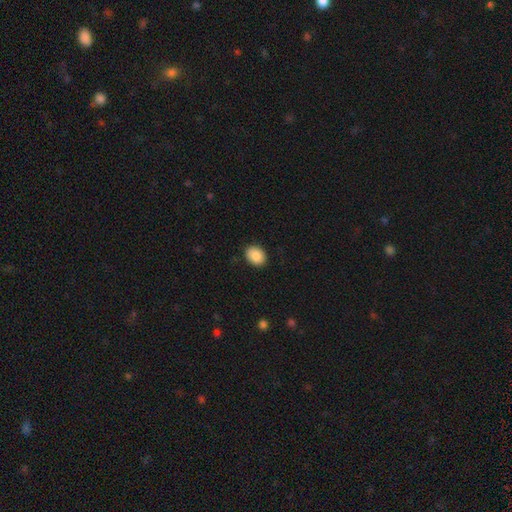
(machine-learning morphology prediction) A smooth galaxy with no disk features (87%) that is in between round and cigar-shaped (56%). Merging: none (88%).